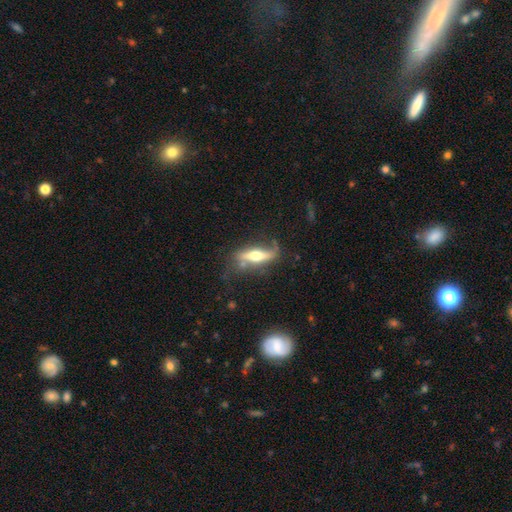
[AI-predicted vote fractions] Q: Smooth or featured?
A: featured or disk (61%); runner-up: smooth (33%)
Q: Edge-on disk?
A: yes (76%); runner-up: no (24%)
Q: Merging?
A: none (62%); runner-up: minor disturbance (23%)